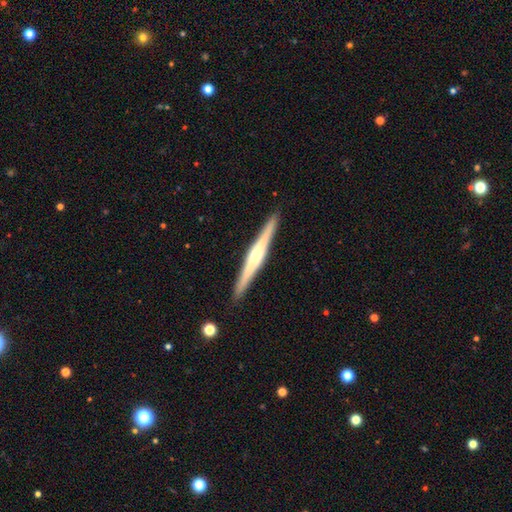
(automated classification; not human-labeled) A featured or disk galaxy (74%) viewed edge-on (98%) with a rounded central bulge (72%).

Vote fractions:
- Smooth or featured? featured or disk: 74% / smooth: 21% / star or artifact: 5%
- Edge-on disk? yes: 98% / no: 2%
- Edge-on bulge? rounded: 72% / boxy: 17% / none: 12%
- Merging? none: 91% / minor disturbance: 6% / major disturbance: 1% / merger: 1%